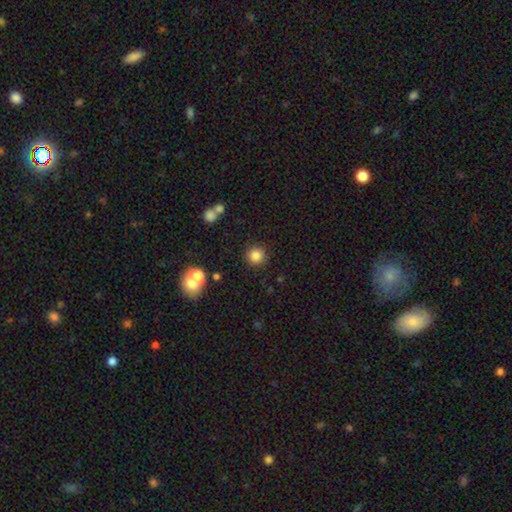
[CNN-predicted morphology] A smooth galaxy with no disk features (83%) that is round (94%). Merging: none (89%).